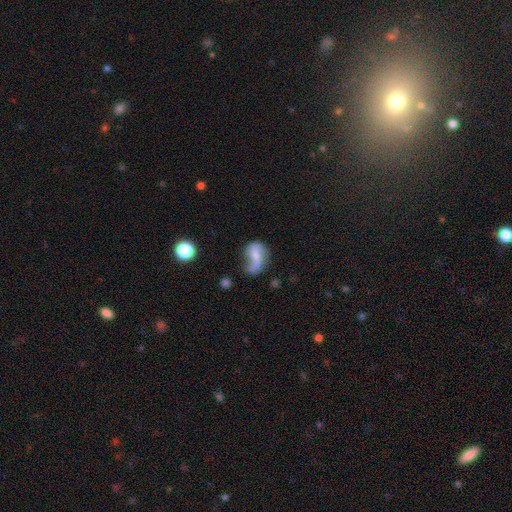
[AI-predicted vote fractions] The model was most divided on "bar": no: 44%, weak: 40%, strong: 16%. Remaining: edge-on disk — no (97%); spiral arms — yes (86%); spiral winding — loose (74%); spiral arm count — 2 (71%); smooth or featured — featured or disk (64%); bulge size — small (45%); merging — none (44%).